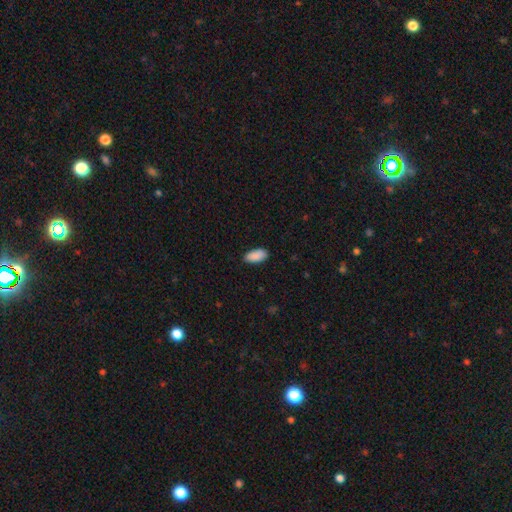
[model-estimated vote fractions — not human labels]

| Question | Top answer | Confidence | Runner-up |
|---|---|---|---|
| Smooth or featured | smooth | 90% | star or artifact (6%) |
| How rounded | in between | 92% | cigar-shaped (6%) |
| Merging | none | 85% | minor disturbance (12%) |